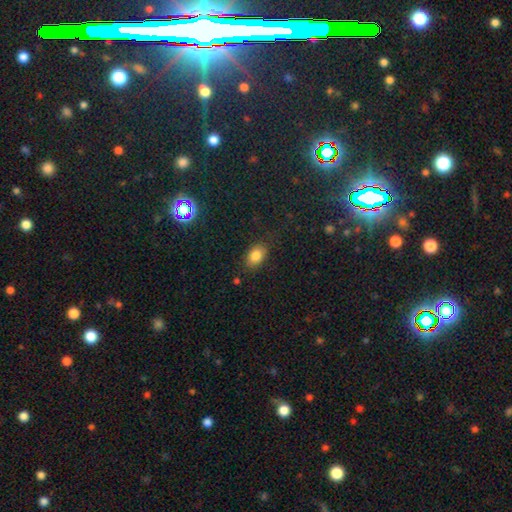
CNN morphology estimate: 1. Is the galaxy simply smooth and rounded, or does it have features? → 81% smooth, 11% star or artifact, 8% featured or disk.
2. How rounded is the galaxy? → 83% in between, 15% round, 2% cigar-shaped.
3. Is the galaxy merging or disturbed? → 81% none, 14% minor disturbance, 4% major disturbance, 2% merger.